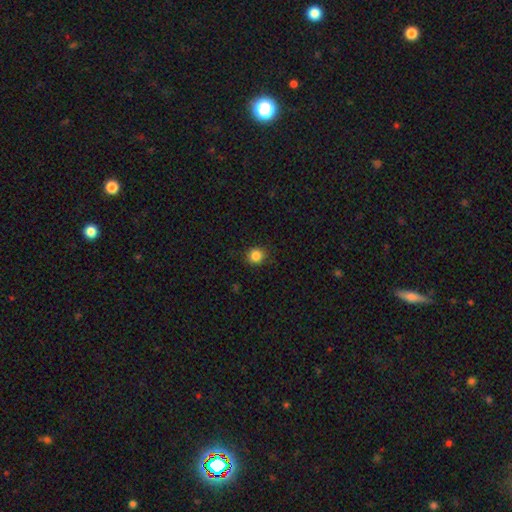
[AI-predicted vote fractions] Smooth or featured: smooth — 85% (star or artifact — 11%)
How rounded: round — 91% (in between — 8%)
Merging: none — 89% (minor disturbance — 8%)